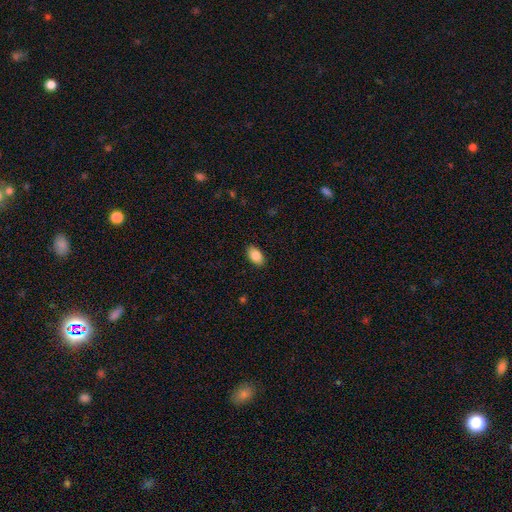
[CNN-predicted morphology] A smooth galaxy with no disk features (85%) that is in between round and cigar-shaped (93%).

Vote fractions:
- Smooth or featured? smooth: 85% / featured or disk: 8% / star or artifact: 7%
- How rounded? in between: 93% / round: 5% / cigar-shaped: 2%
- Merging? none: 89% / minor disturbance: 8% / major disturbance: 2% / merger: 1%